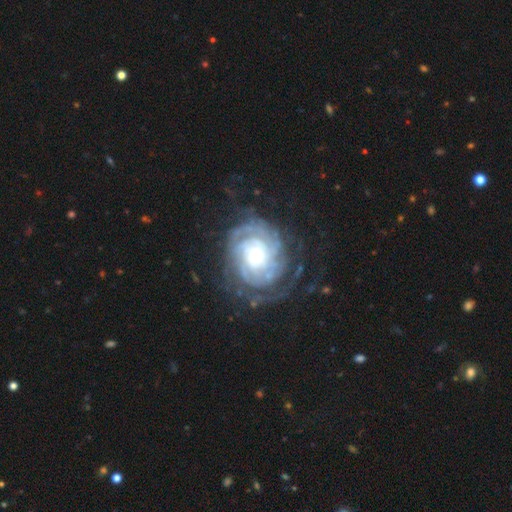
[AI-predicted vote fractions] Q: Smooth or featured?
A: featured or disk (88%); runner-up: smooth (7%)
Q: Edge-on disk?
A: no (97%); runner-up: yes (3%)
Q: Bar?
A: no (76%); runner-up: weak (18%)
Q: Spiral arms?
A: yes (96%); runner-up: no (4%)
Q: Spiral winding?
A: tight (78%); runner-up: medium (18%)
Q: Spiral arm count?
A: can't tell (35%); runner-up: 4 (16%)
Q: Bulge size?
A: small (53%); runner-up: moderate (40%)
Q: Merging?
A: none (69%); runner-up: minor disturbance (17%)